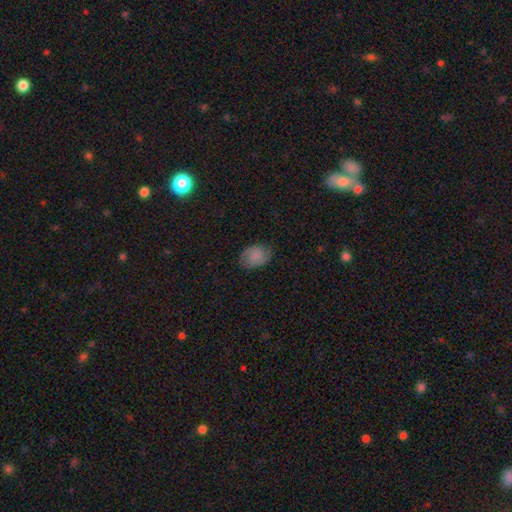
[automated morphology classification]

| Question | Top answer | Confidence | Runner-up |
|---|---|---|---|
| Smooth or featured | smooth | 65% | featured or disk (25%) |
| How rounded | in between | 78% | round (21%) |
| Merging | none | 79% | minor disturbance (16%) |